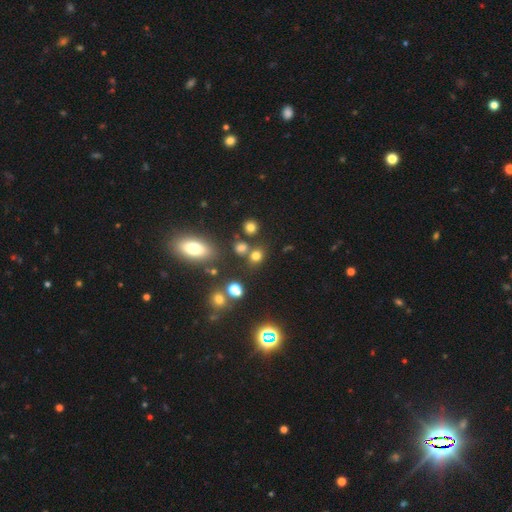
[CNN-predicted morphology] Smooth or featured? Predicted: smooth (p=0.72). How rounded? Predicted: round (p=0.66). Merging? Predicted: none (p=0.66).